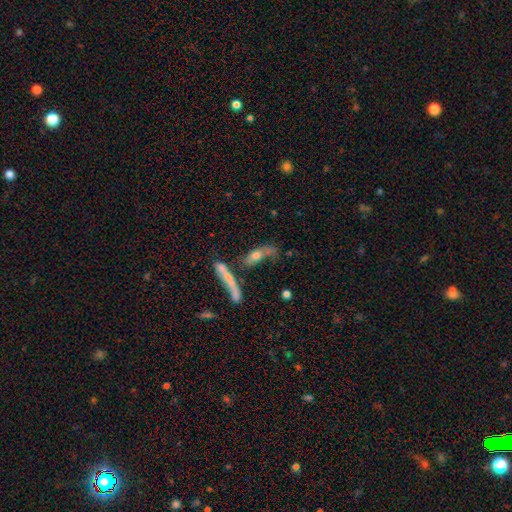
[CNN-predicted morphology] Overall: smooth (54%; featured or disk 36%). How rounded: cigar-shaped (52%; in between 43%). Merging: none (33%; merger 30%).